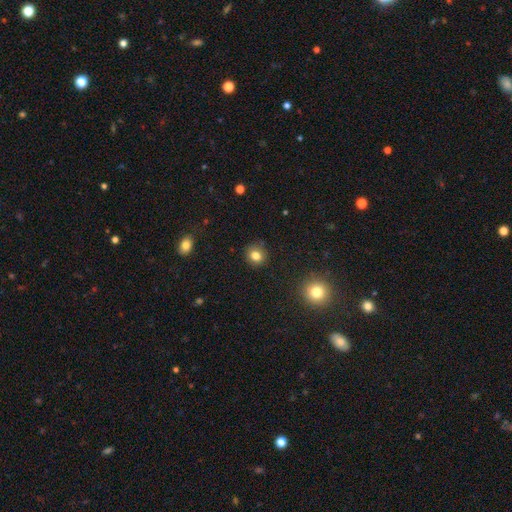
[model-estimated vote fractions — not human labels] A smooth galaxy with no disk features (81%) that is round (84%). Merging: none (88%).